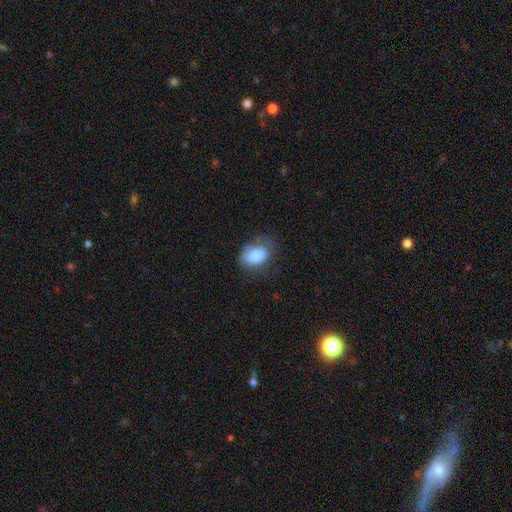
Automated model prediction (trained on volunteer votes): Q: Smooth or featured?
A: smooth (82%); runner-up: featured or disk (11%)
Q: How rounded?
A: in between (84%); runner-up: round (14%)
Q: Merging?
A: none (55%); runner-up: minor disturbance (30%)